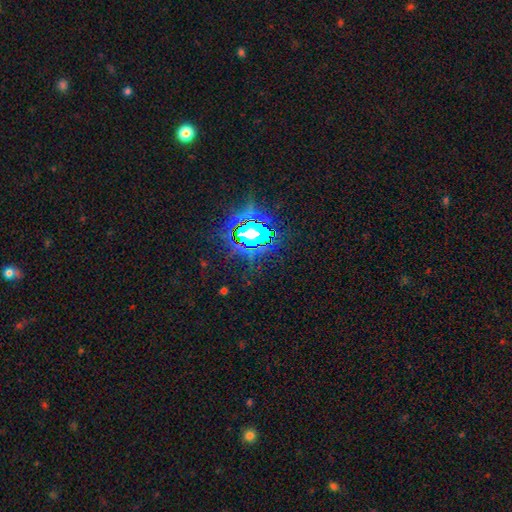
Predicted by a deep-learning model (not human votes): Smooth or featured: star or artifact — 83% (smooth — 11%)